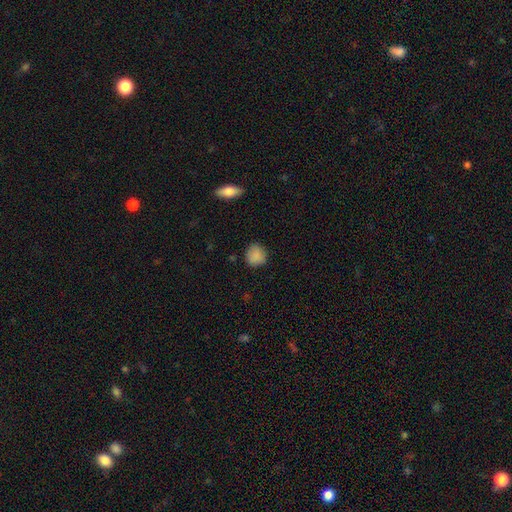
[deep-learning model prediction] A smooth galaxy with no disk features (87%) that is round (85%).

Vote fractions:
- Smooth or featured? smooth: 87% / star or artifact: 9% / featured or disk: 5%
- How rounded? round: 85% / in between: 13% / cigar-shaped: 1%
- Merging? none: 83% / minor disturbance: 13% / major disturbance: 3% / merger: 1%